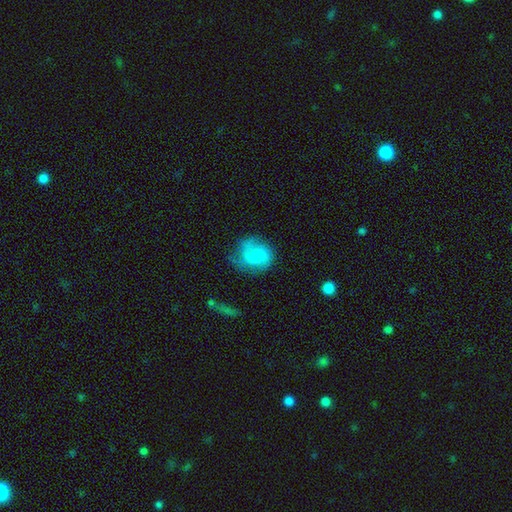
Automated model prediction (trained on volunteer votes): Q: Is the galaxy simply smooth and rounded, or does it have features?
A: smooth — 50%.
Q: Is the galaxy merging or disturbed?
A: none — 49%.